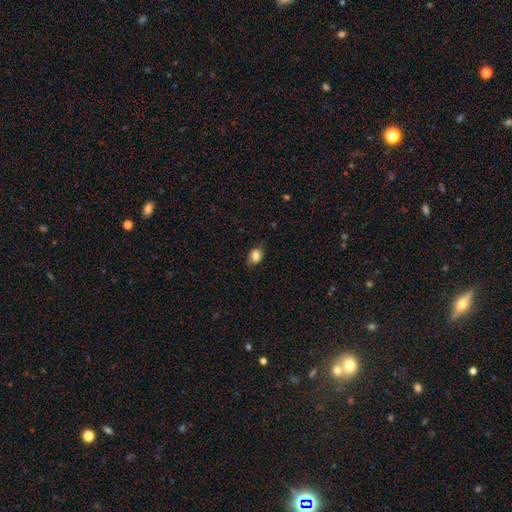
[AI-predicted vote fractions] The model was most divided on "how rounded": in between: 74%, round: 24%, cigar-shaped: 2%. More confident: smooth or featured — smooth (81%); merging — none (75%).